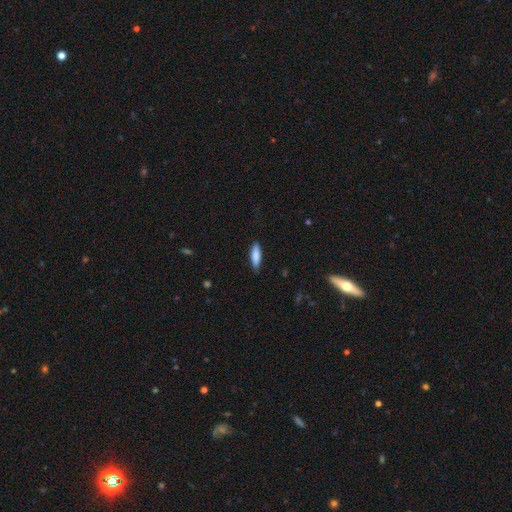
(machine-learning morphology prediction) Overall: smooth (84%). How rounded: cigar-shaped (58%; in between 41%). Merging: none (85%).